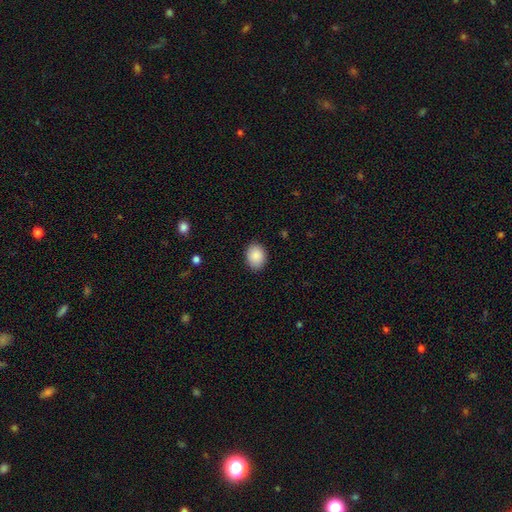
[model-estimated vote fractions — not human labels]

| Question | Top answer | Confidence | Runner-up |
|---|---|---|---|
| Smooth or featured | smooth | 89% | star or artifact (7%) |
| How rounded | in between | 62% | round (37%) |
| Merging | none | 88% | minor disturbance (9%) |